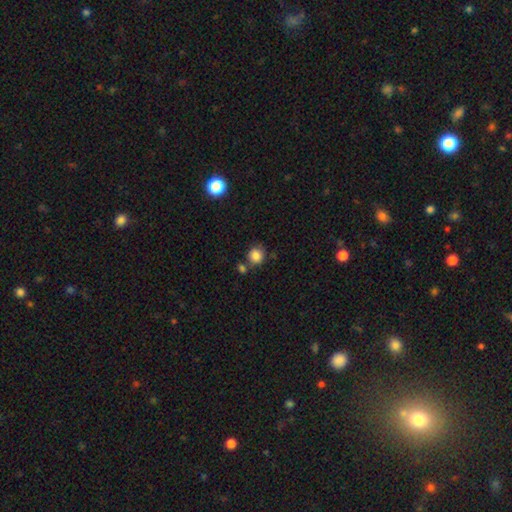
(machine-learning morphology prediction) smooth 85%, star or artifact 10%, featured or disk 5%. Down the decision tree: how rounded — round (86%); merging — none (67%).